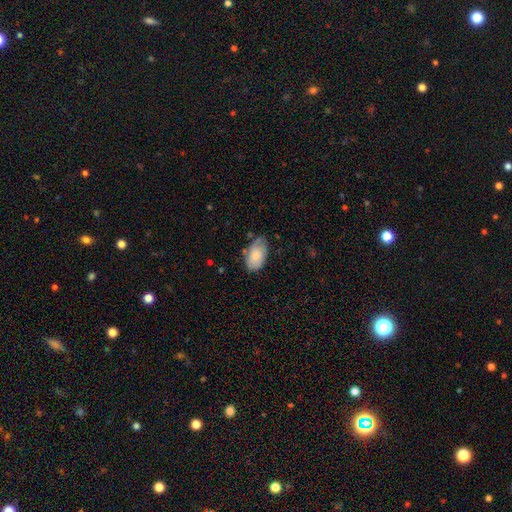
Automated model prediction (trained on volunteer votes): Smooth or featured? smooth (76%)
How rounded? in between (94%)
Merging? none (62%)